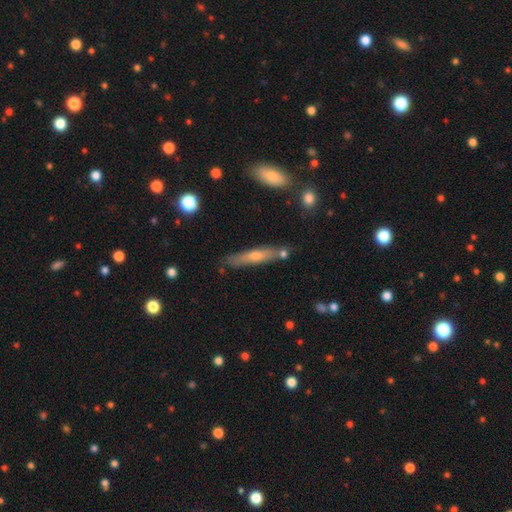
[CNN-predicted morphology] A smooth galaxy with no disk features (47%). Merging: none (77%).